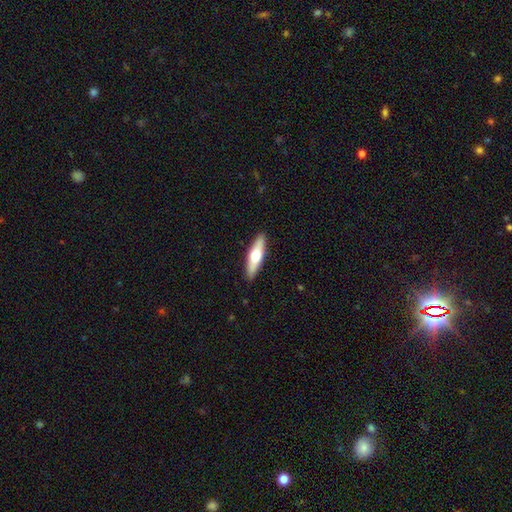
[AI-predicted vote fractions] The model was most divided on "smooth or featured": smooth: 54%, featured or disk: 41%, star or artifact: 5%. More confident: merging — none (90%); how rounded — cigar-shaped (66%).